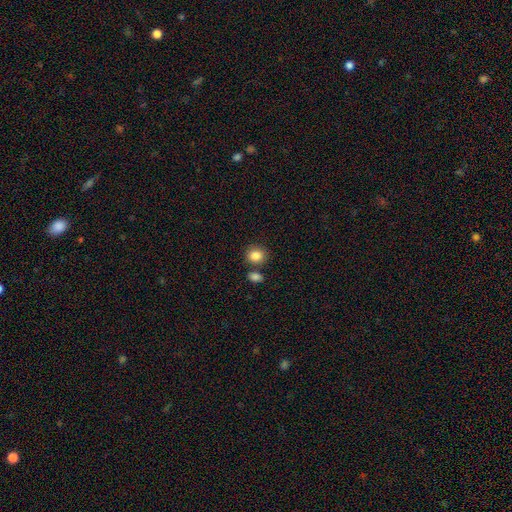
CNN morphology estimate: A smooth galaxy with no disk features (86%) that is round (71%). Merging: none (71%).